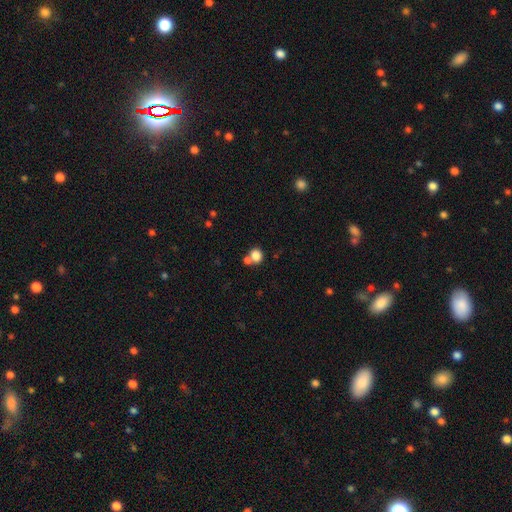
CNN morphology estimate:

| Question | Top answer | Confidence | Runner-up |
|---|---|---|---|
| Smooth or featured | smooth | 82% | star or artifact (11%) |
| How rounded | round | 69% | in between (30%) |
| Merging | none | 50% | merger (37%) |